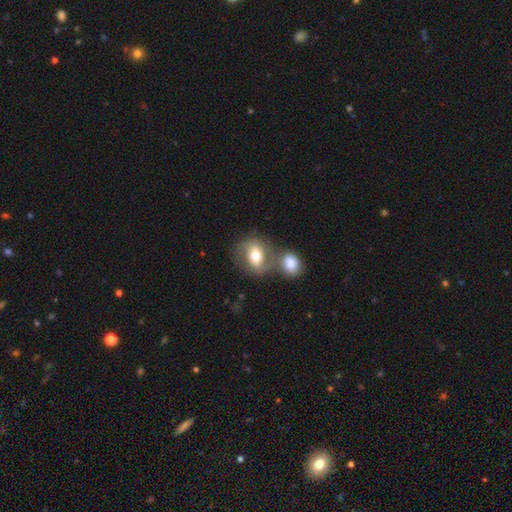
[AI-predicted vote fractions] Overall: smooth (49%; featured or disk 44%). Merging: none (43%; merger 40%).